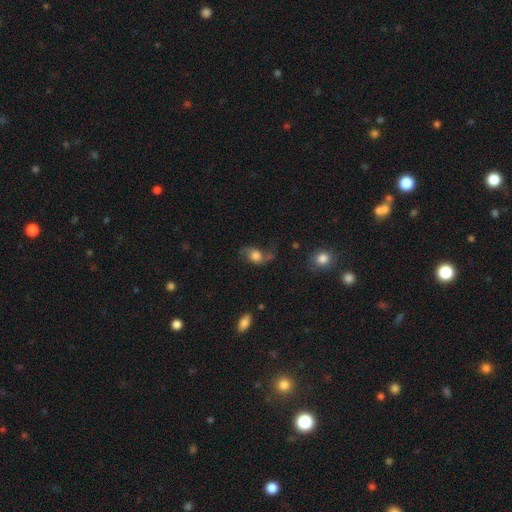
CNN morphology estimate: A smooth galaxy with no disk features (49%).

Vote fractions:
- Smooth or featured? smooth: 49% / featured or disk: 40% / star or artifact: 11%
- Merging? none: 49% / minor disturbance: 25% / major disturbance: 19% / merger: 6%